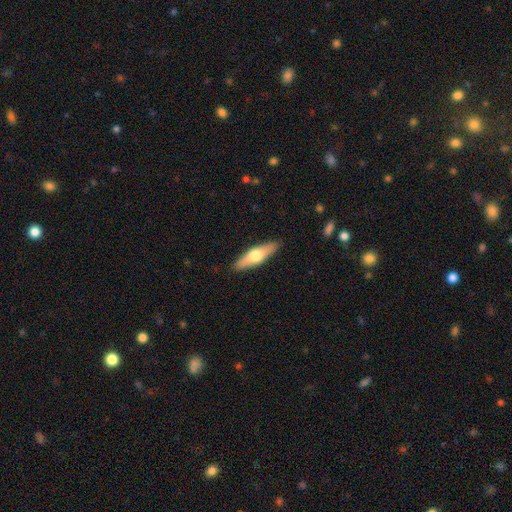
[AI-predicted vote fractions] A smooth galaxy with no disk features (54%) that is cigar-shaped (58%). Merging: none (89%).